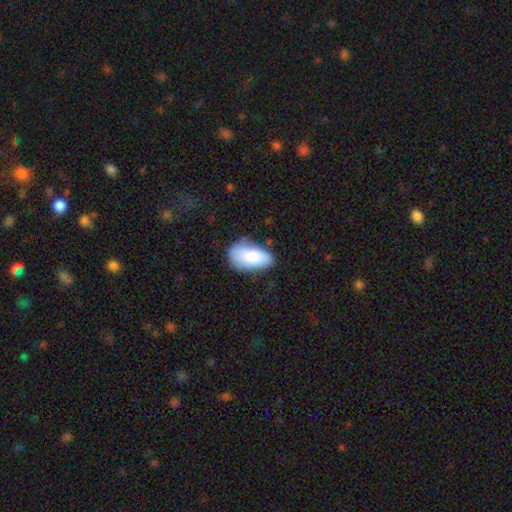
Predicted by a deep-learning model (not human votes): A smooth galaxy with no disk features (83%) that is in between round and cigar-shaped (94%). Merging: none (55%).